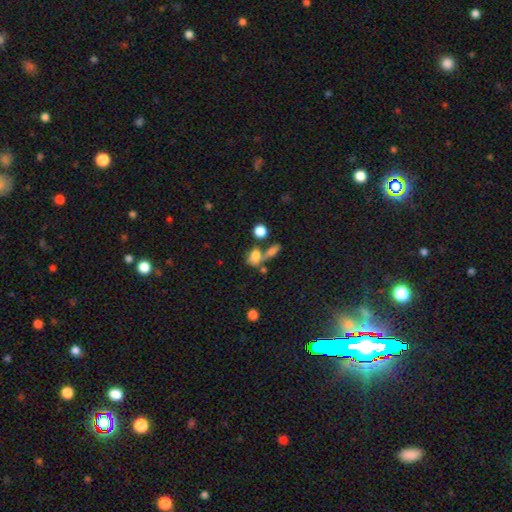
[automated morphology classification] A smooth galaxy with no disk features (72%) that is in between round and cigar-shaped (62%). Merging: none (39%, tied with merger).